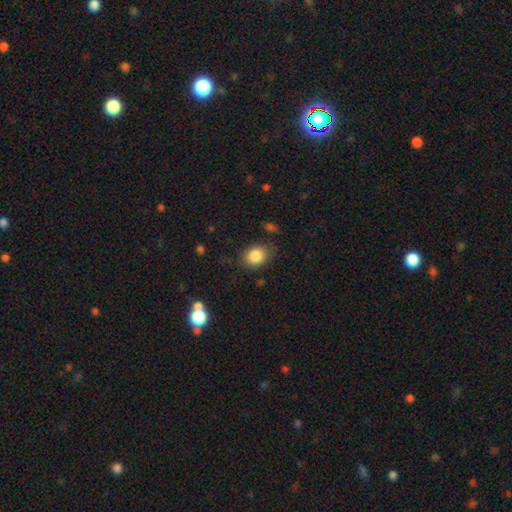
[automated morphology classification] This appears to be a smooth galaxy with no disk features (84%) that is in between round and cigar-shaped (52%). Merging: none (77%).